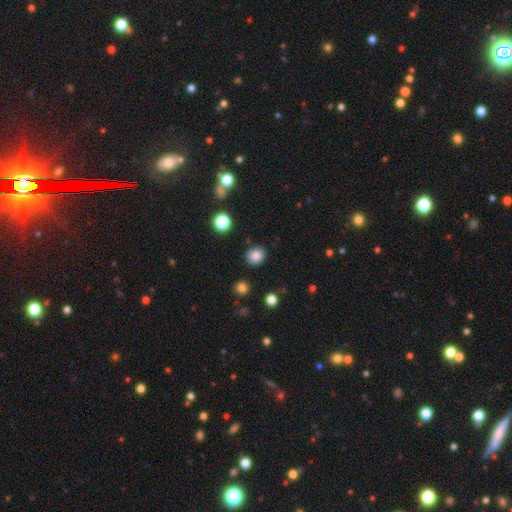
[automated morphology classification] smooth 84%, star or artifact 11%, featured or disk 5%. Down the decision tree: how rounded — round (81%); merging — none (85%).